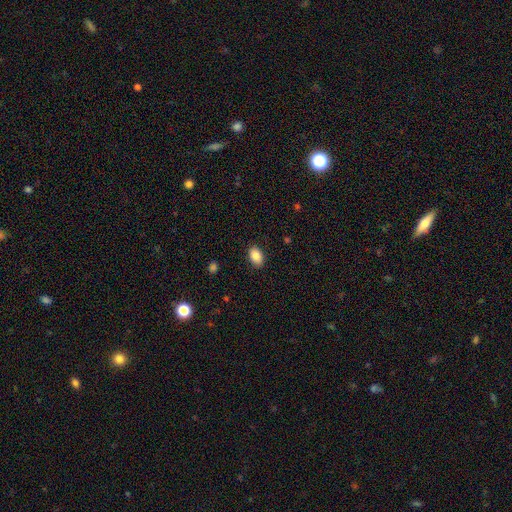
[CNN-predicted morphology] smooth 86%, star or artifact 8%, featured or disk 6%. Down the decision tree: how rounded — in between (87%); merging — none (87%).